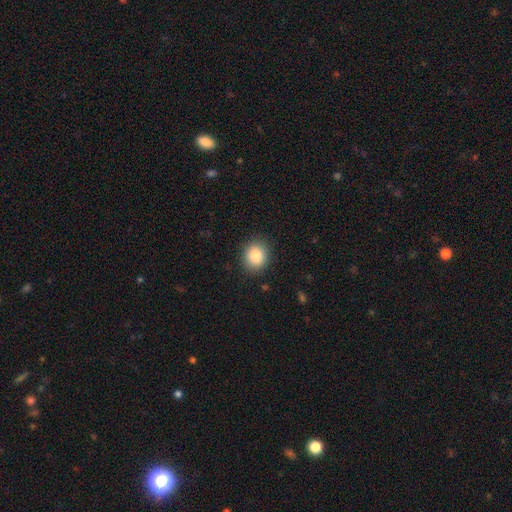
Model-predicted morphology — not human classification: Smooth or featured? Predicted: smooth (p=0.86). How rounded? Predicted: round (p=0.68). Merging? Predicted: none (p=0.88).